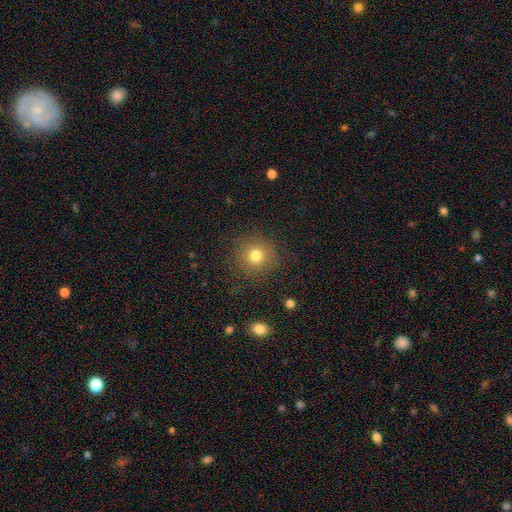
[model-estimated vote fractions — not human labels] Overall: smooth (77%). How rounded: round (91%). Merging: none (86%).